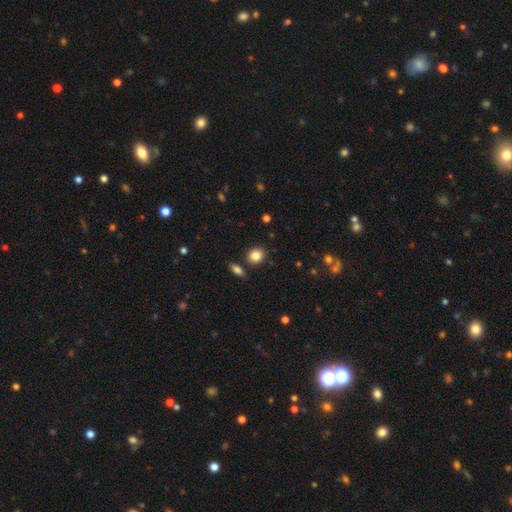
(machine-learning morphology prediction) Smooth or featured: smooth — 85% (star or artifact — 10%)
How rounded: round — 74% (in between — 25%)
Merging: none — 83% (minor disturbance — 8%)